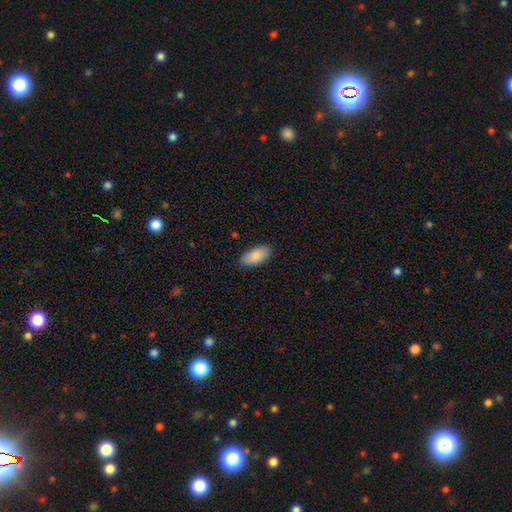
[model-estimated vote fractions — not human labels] Smooth or featured? smooth (89%)
How rounded? in between (92%)
Merging? none (86%)